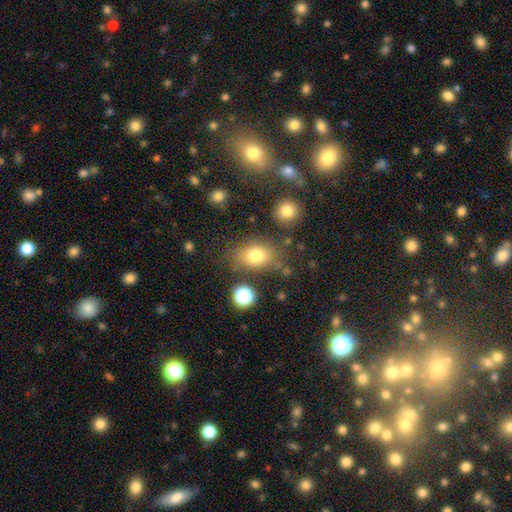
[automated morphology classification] This is likely a smooth galaxy (77%). How rounded: likely in between (66%). Merging: likely none (69%).